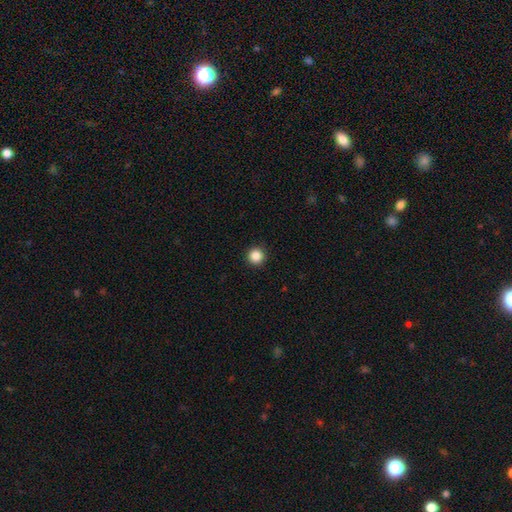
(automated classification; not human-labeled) Smooth or featured: smooth — 86% (star or artifact — 11%)
How rounded: round — 96% (in between — 3%)
Merging: none — 93% (minor disturbance — 4%)